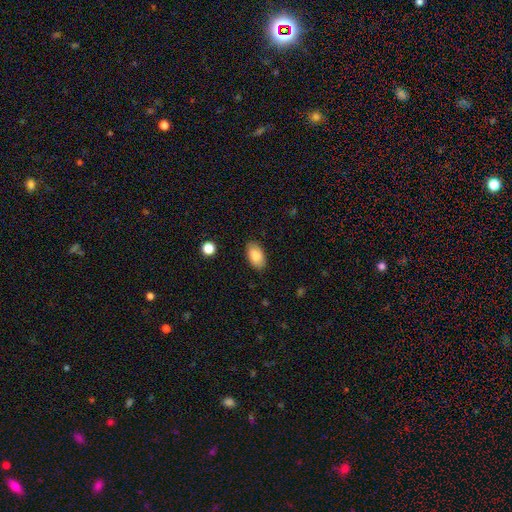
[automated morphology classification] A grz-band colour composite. It shows a smooth galaxy with no disk features (87%) that is in between round and cigar-shaped (94%). Merging: none (86%).